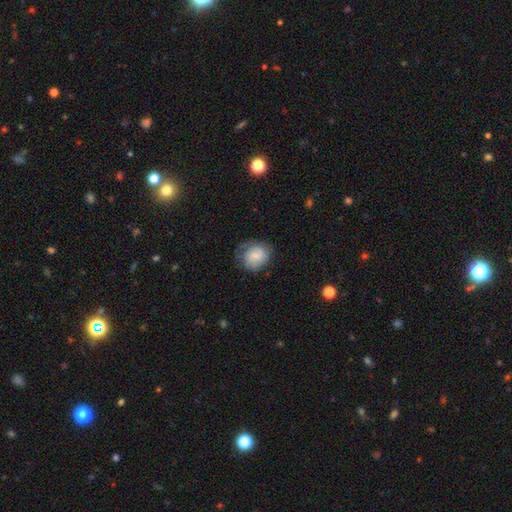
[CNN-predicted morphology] This is likely a smooth galaxy (61%). How rounded: likely round (63%). Merging: possibly none (57%).